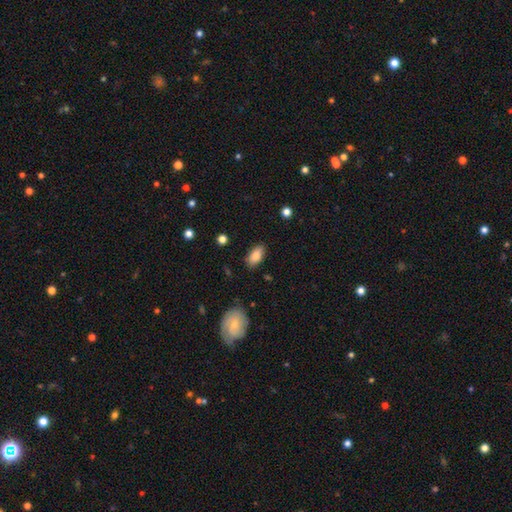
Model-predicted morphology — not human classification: A smooth galaxy with no disk features (85%) that is in between round and cigar-shaped (91%).

Vote fractions:
- Smooth or featured? smooth: 85% / featured or disk: 8% / star or artifact: 7%
- How rounded? in between: 91% / cigar-shaped: 5% / round: 4%
- Merging? none: 85% / minor disturbance: 11% / major disturbance: 2% / merger: 1%